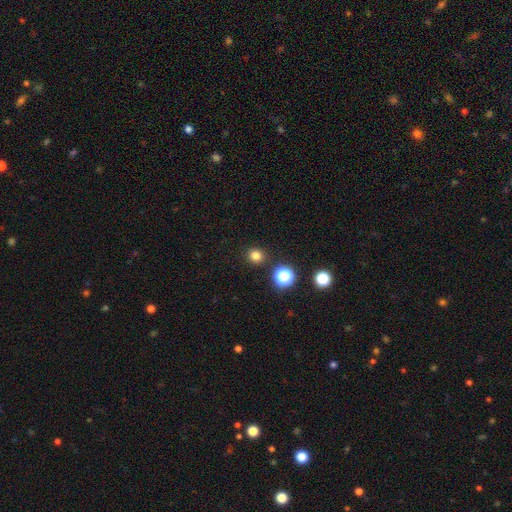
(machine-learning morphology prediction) smooth-or-featured: smooth: 79% | star or artifact: 16% | featured or disk: 4%
  how-rounded: round: 91% | in between: 8% | cigar-shaped: 1%
  merging: none: 91% | minor disturbance: 5% | merger: 2% | major disturbance: 2%